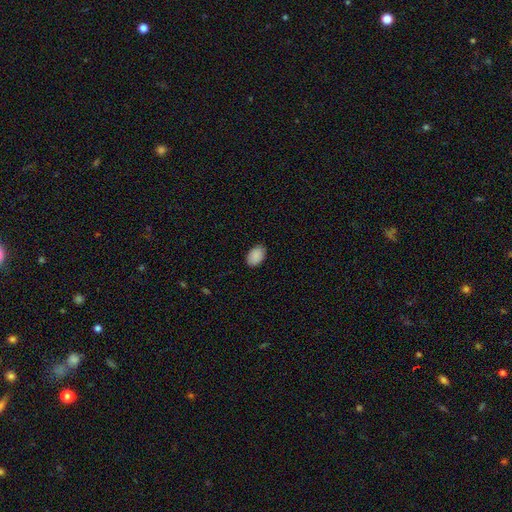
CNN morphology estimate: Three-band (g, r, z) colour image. It shows a smooth galaxy with no disk features (90%) that is in between round and cigar-shaped (89%). Merging: none (89%).